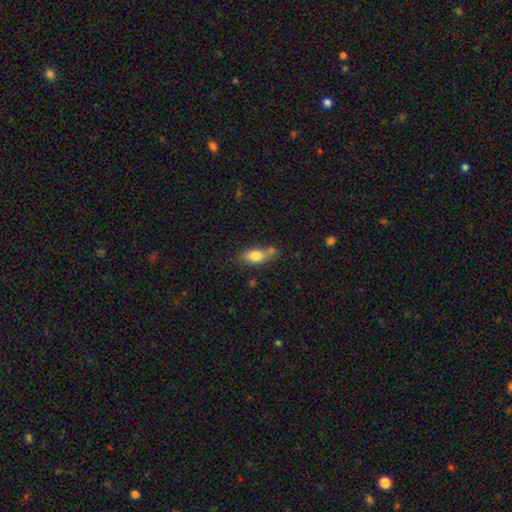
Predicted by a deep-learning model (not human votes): smooth-or-featured: smooth: 73% | featured or disk: 19% | star or artifact: 8%
  how-rounded: in between: 76% | cigar-shaped: 18% | round: 6%
  merging: none: 60% | minor disturbance: 21% | merger: 14% | major disturbance: 5%